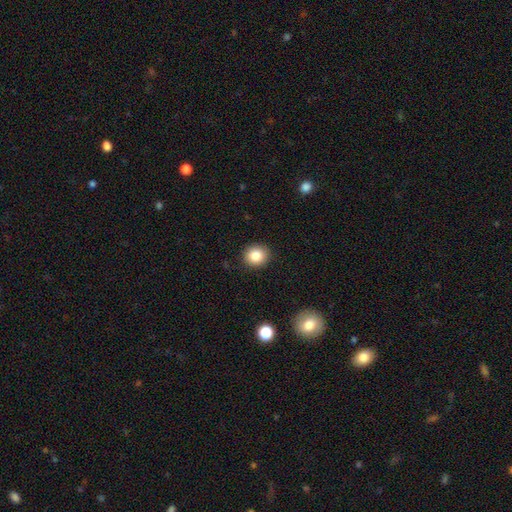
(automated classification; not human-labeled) Smooth or featured?
  - smooth: 86% *
  - star or artifact: 9%
  - featured or disk: 5%
How rounded?
  - round: 86% *
  - in between: 13%
  - cigar-shaped: 1%
Merging?
  - none: 90% *
  - minor disturbance: 7%
  - major disturbance: 2%
  - merger: 1%